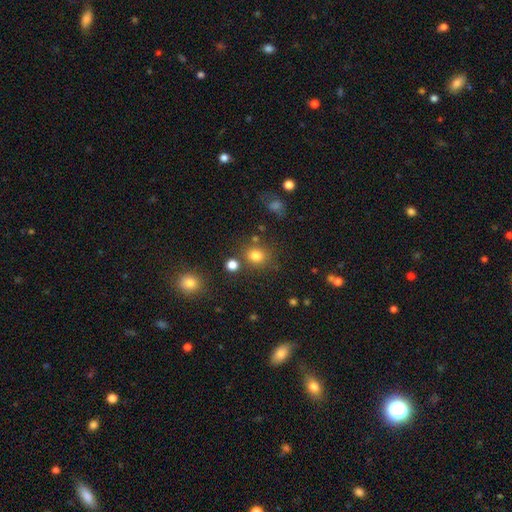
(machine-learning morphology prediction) This is likely a smooth galaxy (79%). How rounded: likely round (74%). Merging: likely none (75%).